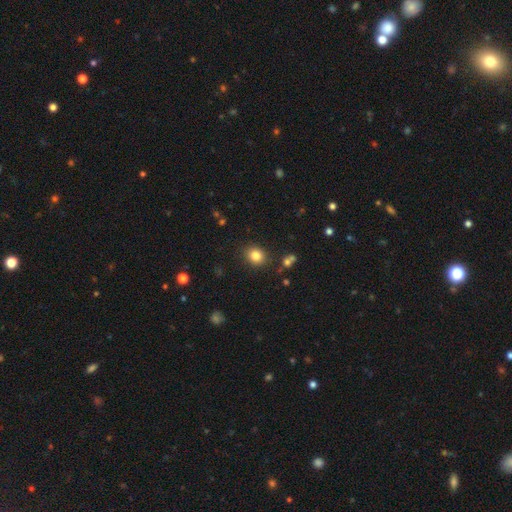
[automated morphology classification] Overall: smooth (82%). How rounded: round (72%). Merging: none (87%).